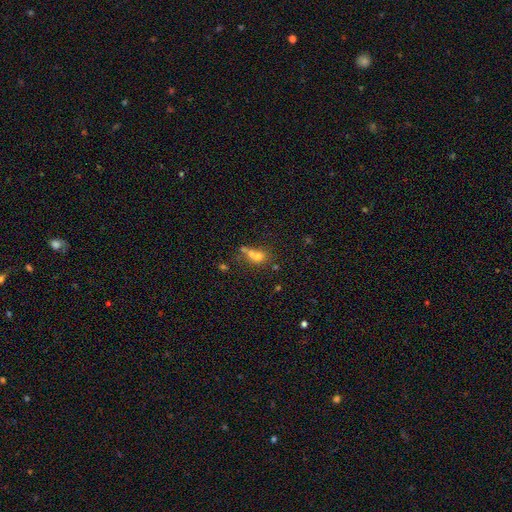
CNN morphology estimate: Smooth or featured? smooth (63%)
How rounded? round (69%)
Merging? merger (55%)